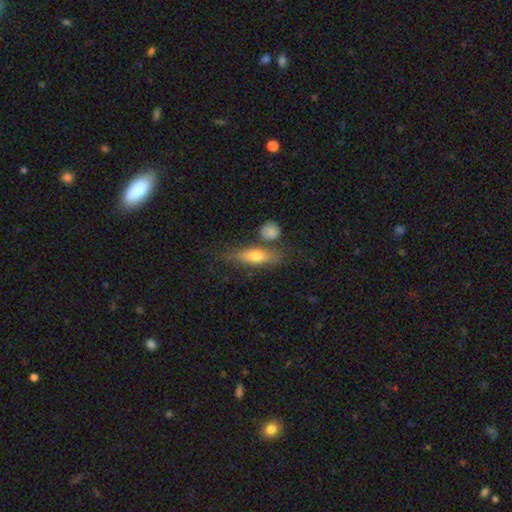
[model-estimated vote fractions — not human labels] smooth_or_featured: smooth (p=0.56) [alt: featured or disk p=0.37]
how_rounded: cigar-shaped (p=0.56) [alt: in between p=0.39]
merging: none (p=0.63) [alt: minor disturbance p=0.17]